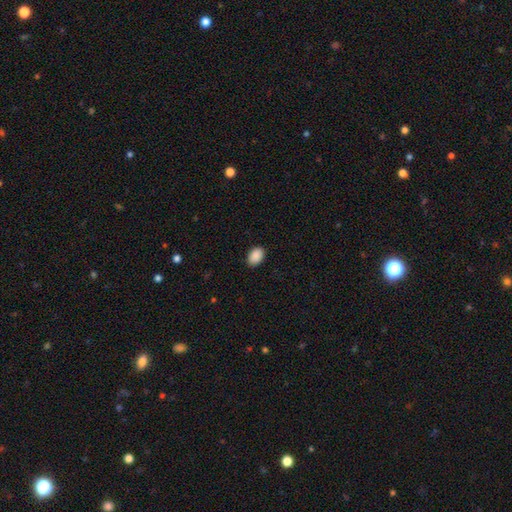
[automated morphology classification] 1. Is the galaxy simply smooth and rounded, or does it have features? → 90% smooth, 7% star or artifact, 2% featured or disk.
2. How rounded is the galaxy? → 84% in between, 15% round, 1% cigar-shaped.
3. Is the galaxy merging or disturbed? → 89% none, 8% minor disturbance, 2% major disturbance, 1% merger.